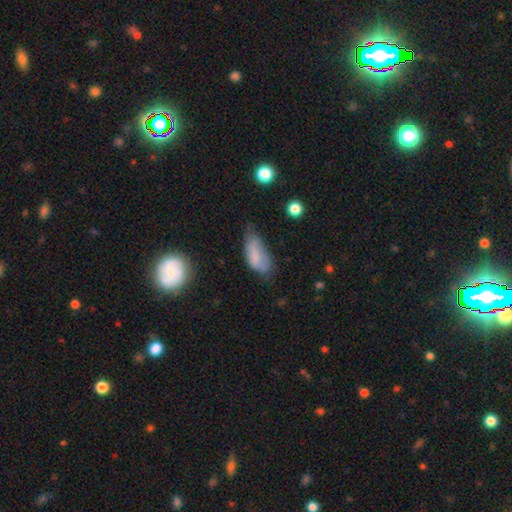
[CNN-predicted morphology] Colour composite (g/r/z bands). It shows a smooth galaxy with no disk features (73%) that is in between round and cigar-shaped (83%). Merging: minor disturbance (42%).